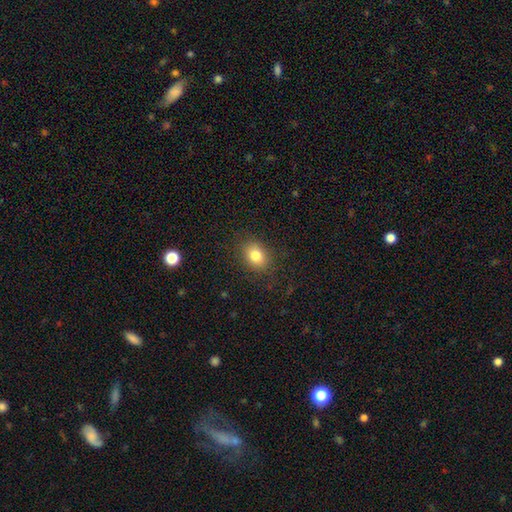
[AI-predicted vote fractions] smooth 81%, star or artifact 11%, featured or disk 8%. Down the decision tree: how rounded — in between (57%); merging — none (84%).